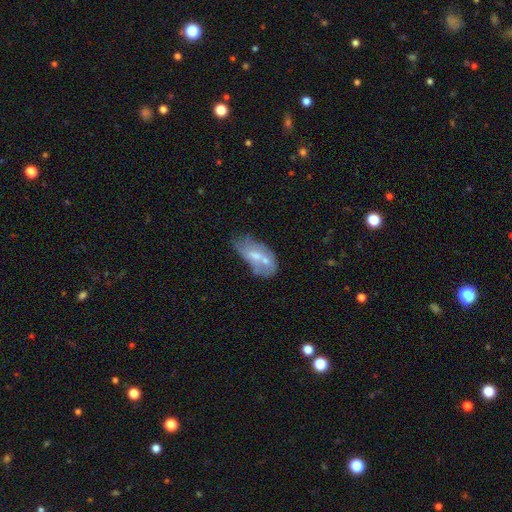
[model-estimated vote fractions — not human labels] Q: Smooth or featured?
A: smooth (48%); runner-up: featured or disk (45%)
Q: Merging?
A: none (29%); runner-up: merger (28%)